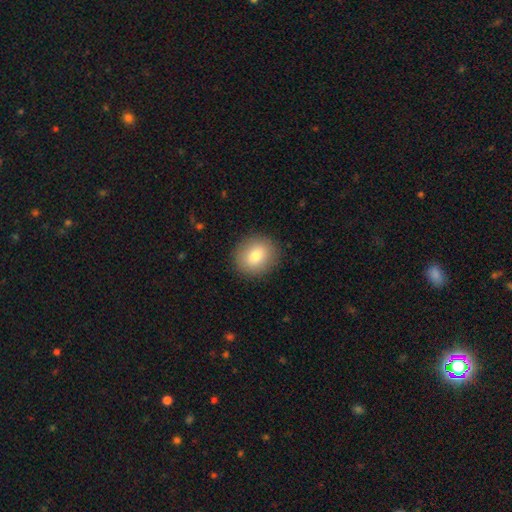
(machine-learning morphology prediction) smooth_or_featured: smooth (p=0.80) [alt: featured or disk p=0.11]
how_rounded: round (p=0.79) [alt: in between p=0.20]
merging: none (p=0.90) [alt: minor disturbance p=0.07]